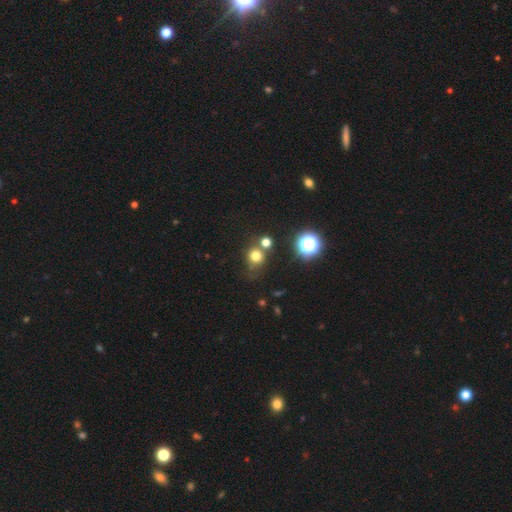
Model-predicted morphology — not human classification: Q: Smooth or featured?
A: smooth (72%); runner-up: star or artifact (20%)
Q: How rounded?
A: round (84%); runner-up: in between (15%)
Q: Merging?
A: none (62%); runner-up: merger (19%)